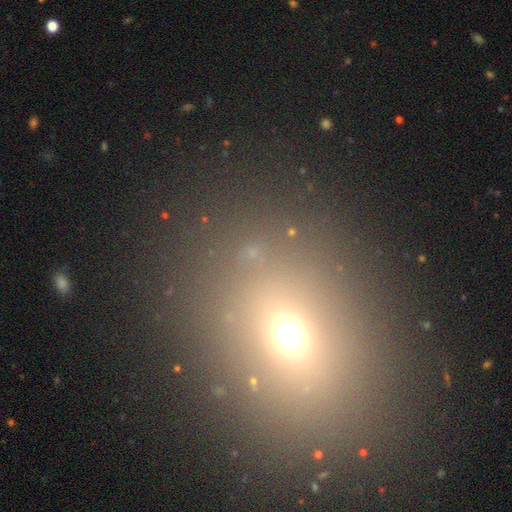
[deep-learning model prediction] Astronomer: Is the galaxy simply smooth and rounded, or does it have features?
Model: smooth — 59%.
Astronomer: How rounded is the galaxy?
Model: round — 57% (runner-up: in between, 41%).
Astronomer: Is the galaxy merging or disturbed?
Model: none — 80%.